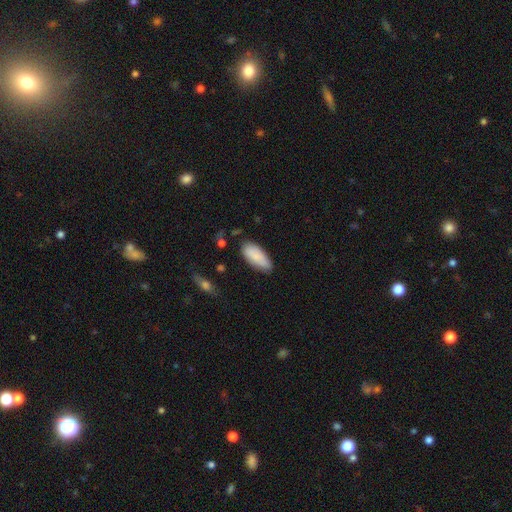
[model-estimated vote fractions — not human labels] Morphology: type=smooth (87%); roundness=in between (85%); merging=none (76%).